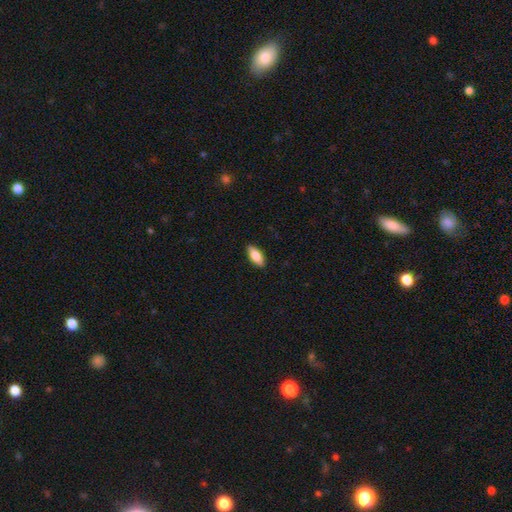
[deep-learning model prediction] This appears to be a smooth galaxy with no disk features (78%) that is in between round and cigar-shaped (78%). Merging: none (89%).